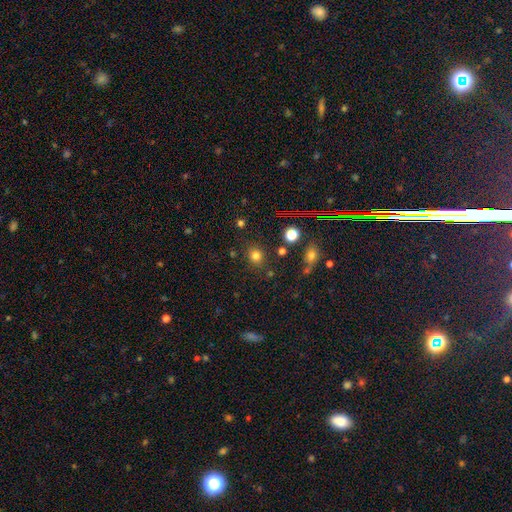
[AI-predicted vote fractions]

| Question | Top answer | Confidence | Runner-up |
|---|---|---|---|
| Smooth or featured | smooth | 76% | star or artifact (18%) |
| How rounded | round | 79% | in between (20%) |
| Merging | none | 83% | minor disturbance (9%) |